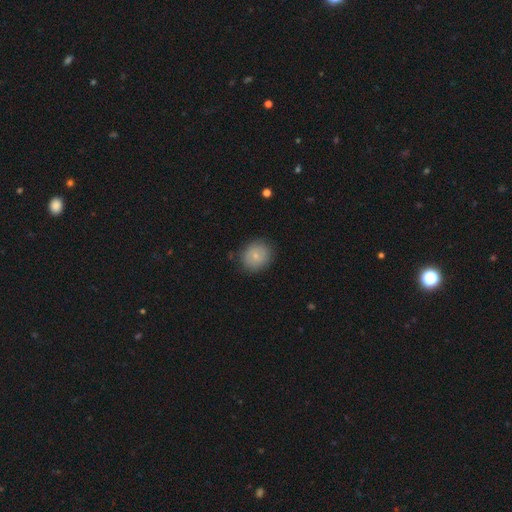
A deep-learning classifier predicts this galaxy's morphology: smooth_or_featured: smooth (p=0.76) [alt: featured or disk p=0.17]
how_rounded: round (p=0.76) [alt: in between p=0.23]
merging: none (p=0.82) [alt: minor disturbance p=0.13]